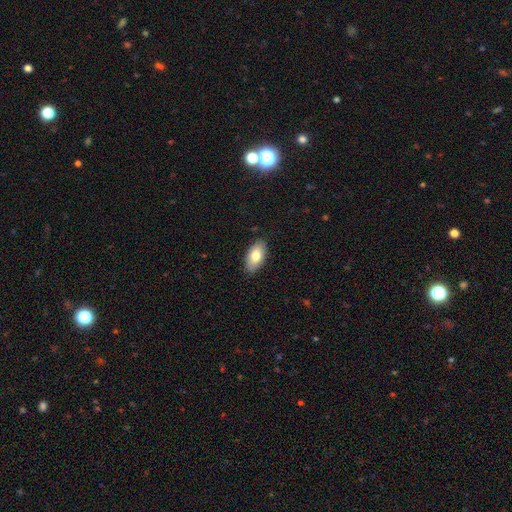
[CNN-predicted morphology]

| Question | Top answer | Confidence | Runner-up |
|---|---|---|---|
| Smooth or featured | smooth | 77% | featured or disk (17%) |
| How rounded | in between | 94% | round (3%) |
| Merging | none | 87% | minor disturbance (10%) |